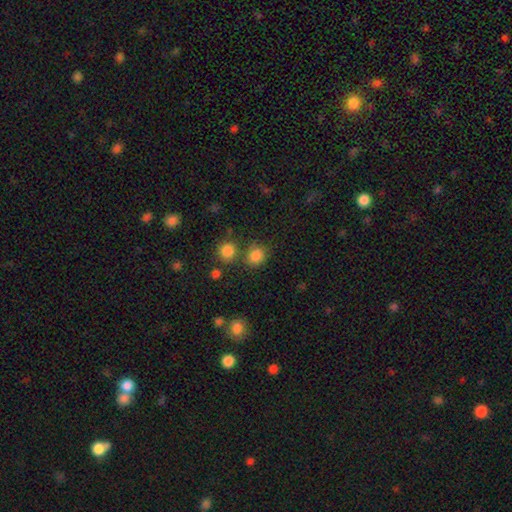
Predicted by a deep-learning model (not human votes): Smooth or featured? Predicted: smooth (p=0.82). How rounded? Predicted: round (p=0.76). Merging? Predicted: none (p=0.69).